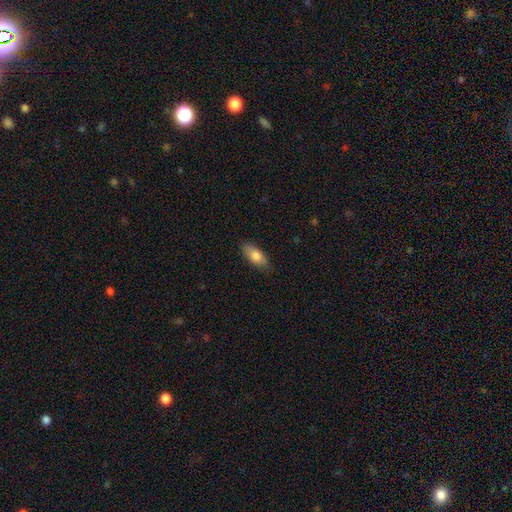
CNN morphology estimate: smooth 80%, featured or disk 13%, star or artifact 6%. Down the decision tree: how rounded — in between (82%); merging — none (85%).